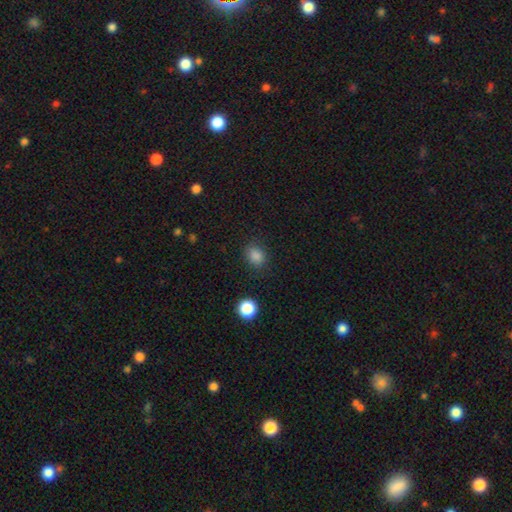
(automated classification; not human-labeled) This is clearly a smooth galaxy (84%). How rounded: possibly round (53%). Merging: clearly none (83%).